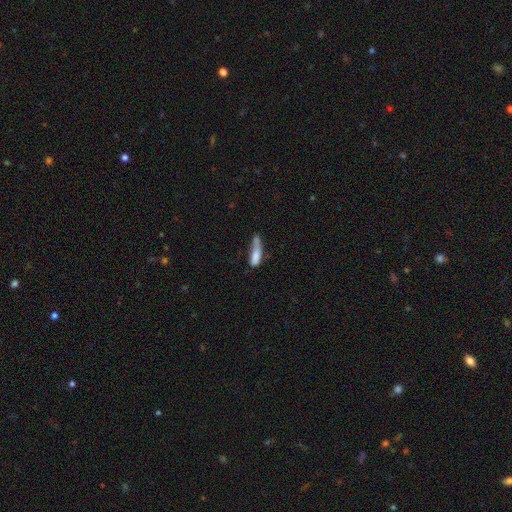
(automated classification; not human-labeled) The model was most divided on "merging": none: 29%, minor disturbance: 28%, major disturbance: 22%, merger: 21%. More confident: smooth or featured — smooth (74%); how rounded — cigar-shaped (60%).